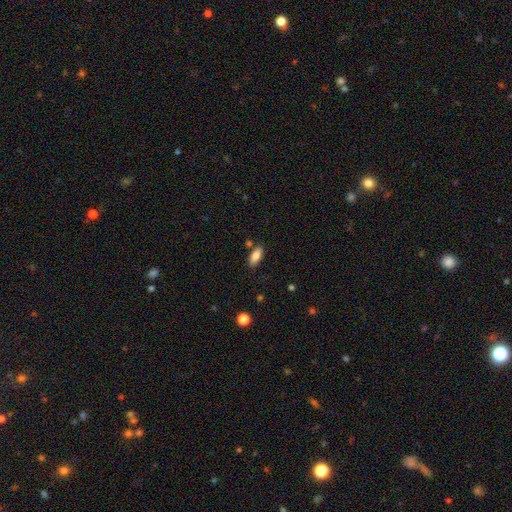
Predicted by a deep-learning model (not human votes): smooth-or-featured: smooth: 85% | featured or disk: 8% | star or artifact: 7%
  how-rounded: in between: 85% | cigar-shaped: 13% | round: 2%
  merging: none: 81% | minor disturbance: 12% | merger: 5% | major disturbance: 3%